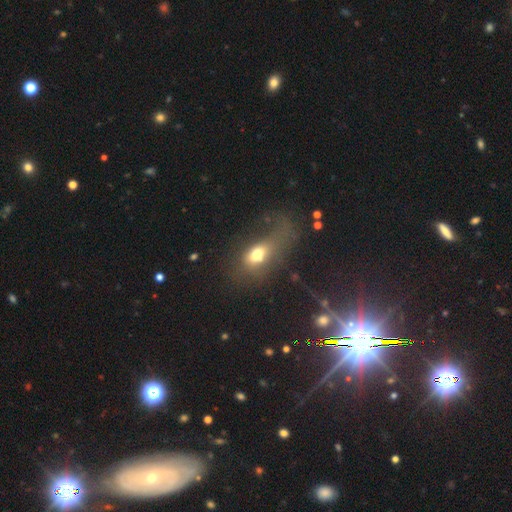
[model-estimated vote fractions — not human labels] Morphology: type=smooth (62%); roundness=in between (78%); merging=major disturbance (45%).